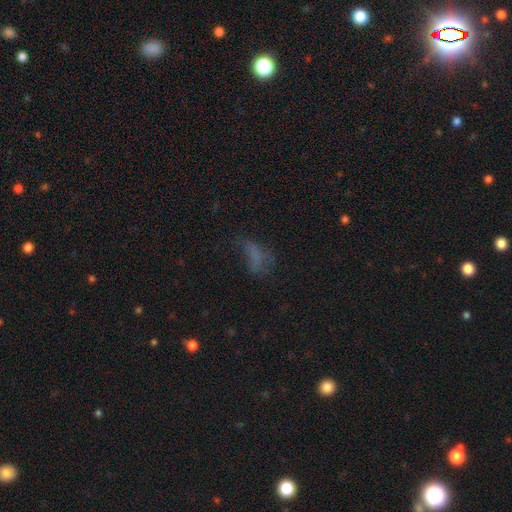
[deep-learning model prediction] Smooth or featured? smooth (51%)
How rounded? in between (80%)
Merging? major disturbance (37%, tied with none)